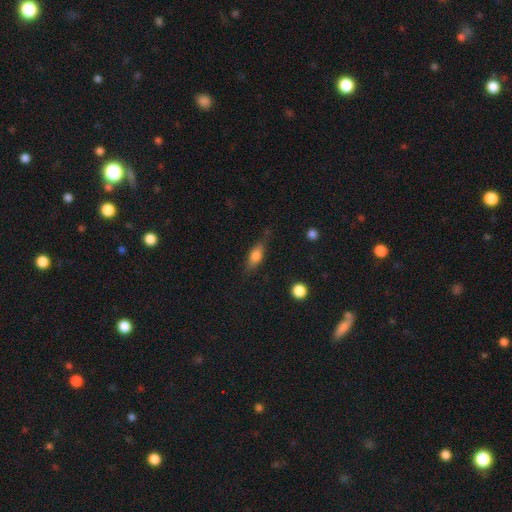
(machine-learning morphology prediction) type=smooth (69%); roundness=in between (66%); merging=none (68%).